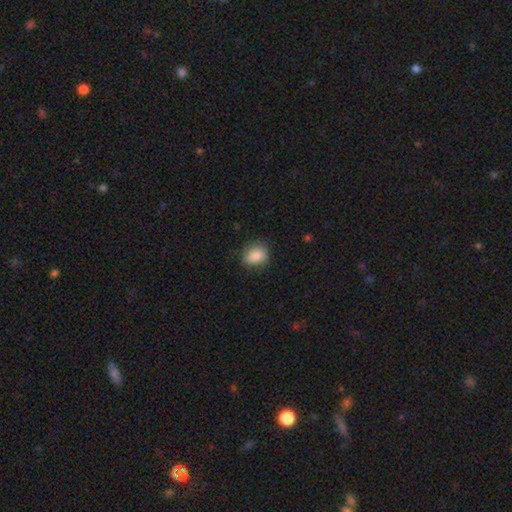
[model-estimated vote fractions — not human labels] smooth-or-featured: smooth: 85% | star or artifact: 8% | featured or disk: 7%
  how-rounded: in between: 58% | round: 41% | cigar-shaped: 1%
  merging: none: 74% | minor disturbance: 21% | major disturbance: 5% | merger: 1%